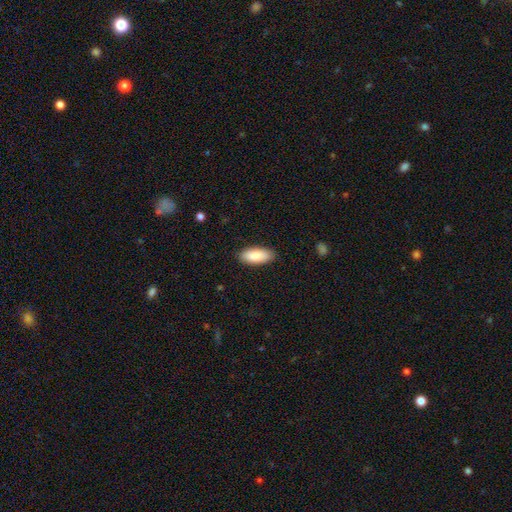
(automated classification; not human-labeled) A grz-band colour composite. It shows a smooth galaxy with no disk features (87%) that is in between round and cigar-shaped (86%). Merging: none (88%).